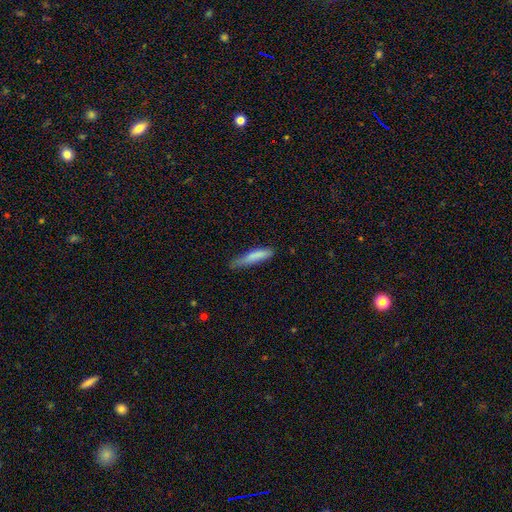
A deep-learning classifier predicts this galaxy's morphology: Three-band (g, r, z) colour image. It shows a smooth galaxy with no disk features (81%) that is cigar-shaped (87%). Merging: none (56%).